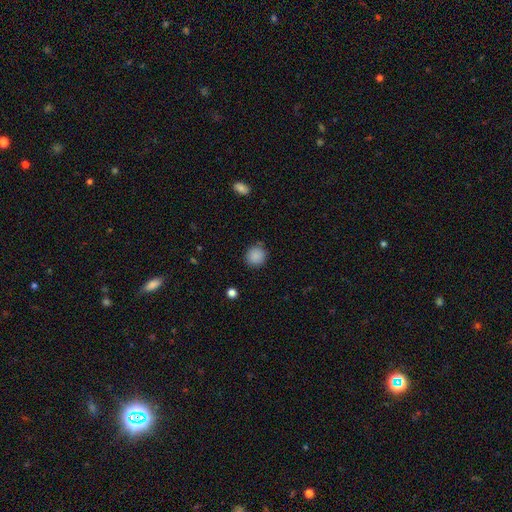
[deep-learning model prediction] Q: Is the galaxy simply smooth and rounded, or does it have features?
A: smooth — 87%.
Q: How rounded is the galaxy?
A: round — 90%.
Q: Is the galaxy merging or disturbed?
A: none — 86%.